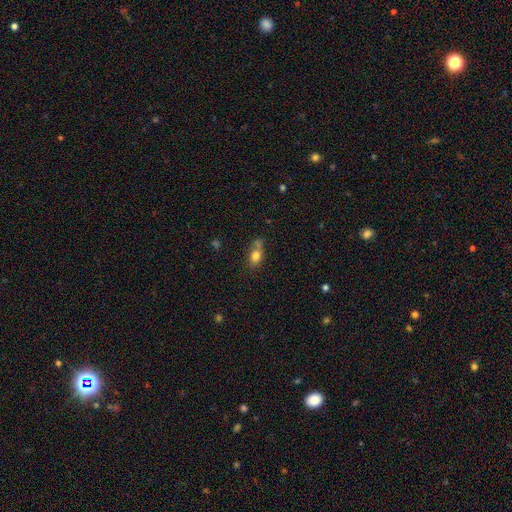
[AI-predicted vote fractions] This appears to be a smooth galaxy with no disk features (78%) that is in between round and cigar-shaped (58%). Merging: none (51%).